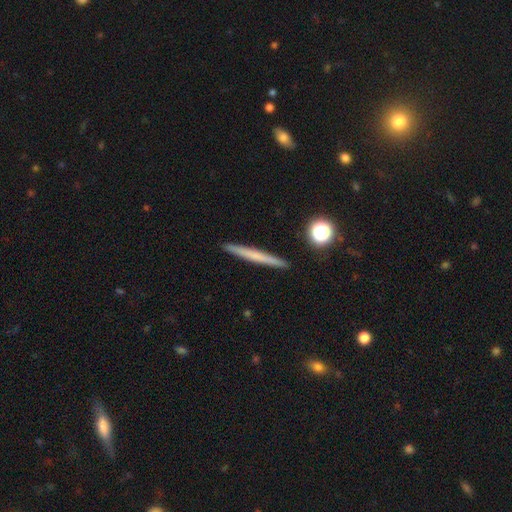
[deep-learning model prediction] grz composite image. It shows a smooth galaxy with no disk features (53%) that is cigar-shaped (96%). Merging: none (92%).